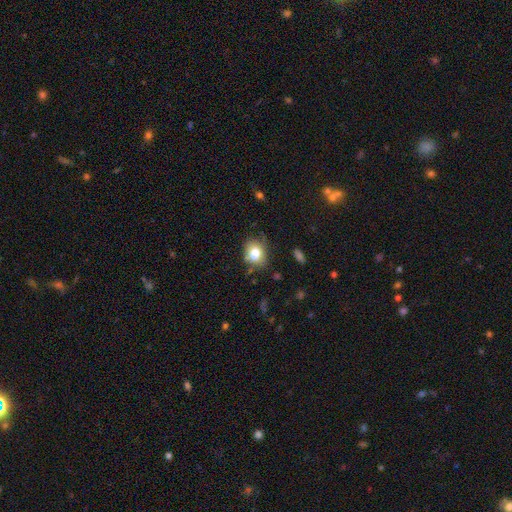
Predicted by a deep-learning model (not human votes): A smooth galaxy with no disk features (76%) that is round (59%).

Vote fractions:
- Smooth or featured? smooth: 76% / featured or disk: 13% / star or artifact: 11%
- How rounded? round: 59% / in between: 40% / cigar-shaped: 1%
- Merging? none: 74% / minor disturbance: 19% / major disturbance: 5% / merger: 3%